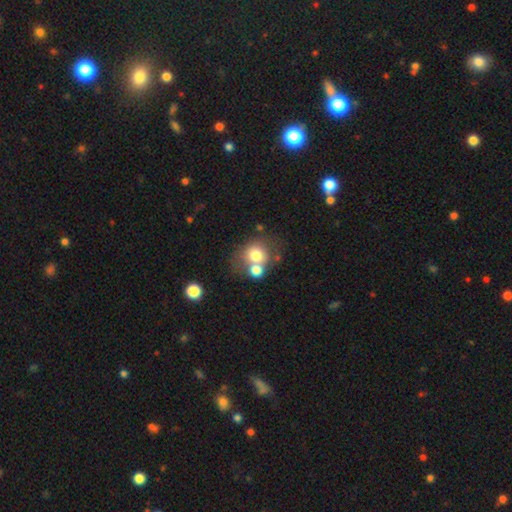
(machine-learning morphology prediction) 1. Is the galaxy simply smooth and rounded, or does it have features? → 72% smooth, 17% featured or disk, 11% star or artifact.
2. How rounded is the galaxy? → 69% round, 30% in between, 1% cigar-shaped.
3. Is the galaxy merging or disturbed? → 42% none, 40% merger, 11% minor disturbance, 6% major disturbance.